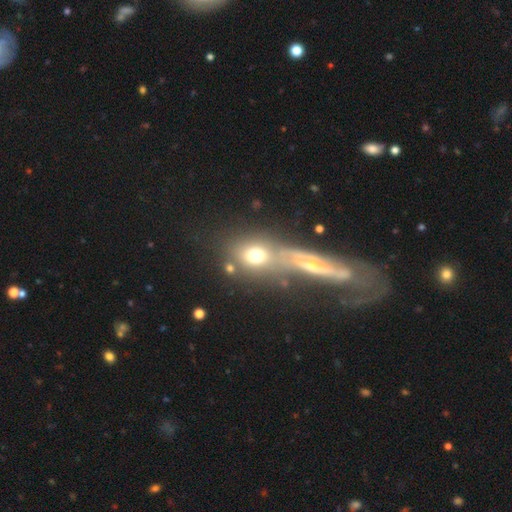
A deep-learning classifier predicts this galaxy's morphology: The model was most divided on "merging": none: 44%, merger: 37%, minor disturbance: 11%, major disturbance: 8%. More confident: smooth or featured — smooth (63%); how rounded — round (52%).